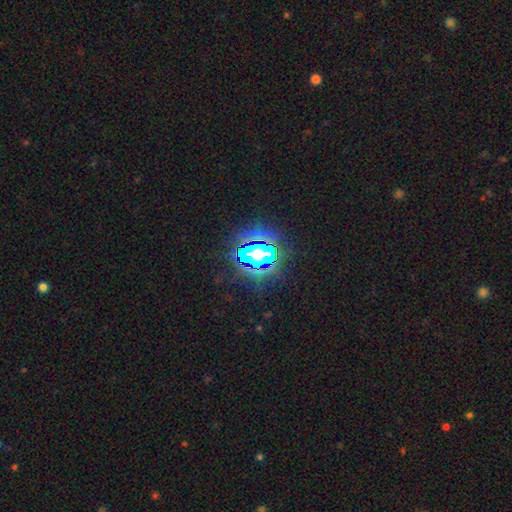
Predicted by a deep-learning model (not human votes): This is likely a star or artifact rather than a galaxy (64%).